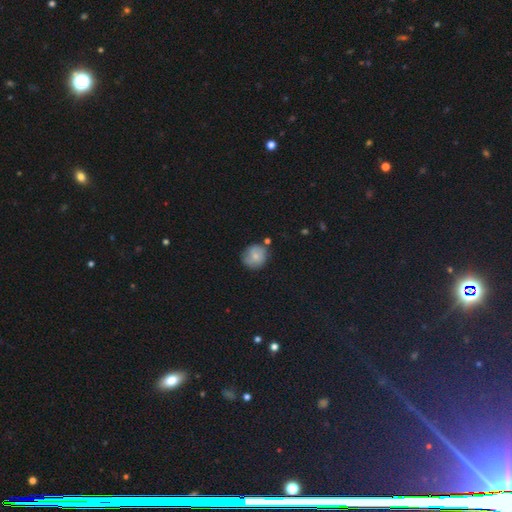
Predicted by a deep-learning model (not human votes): Q: Smooth or featured?
A: smooth (68%); runner-up: featured or disk (23%)
Q: How rounded?
A: round (83%); runner-up: in between (16%)
Q: Merging?
A: none (67%); runner-up: minor disturbance (22%)